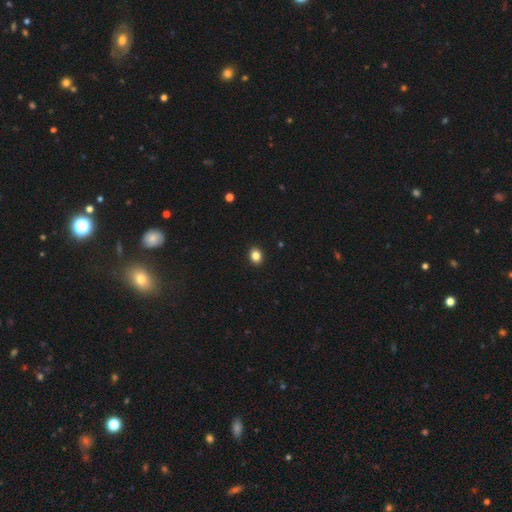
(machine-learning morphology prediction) This appears to be a smooth galaxy with no disk features (84%) that is round (58%). Merging: none (92%).